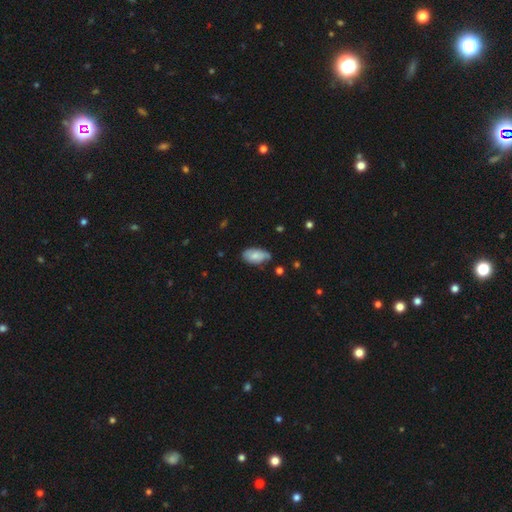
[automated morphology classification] A smooth galaxy with no disk features (71%) that is in between round and cigar-shaped (94%).

Vote fractions:
- Smooth or featured? smooth: 71% / featured or disk: 22% / star or artifact: 7%
- How rounded? in between: 94% / round: 3% / cigar-shaped: 3%
- Merging? none: 58% / minor disturbance: 33% / major disturbance: 6% / merger: 3%